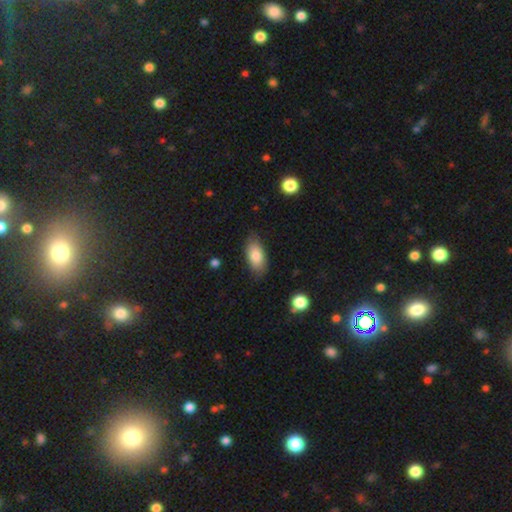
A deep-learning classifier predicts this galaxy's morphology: A smooth galaxy with no disk features (83%) that is in between round and cigar-shaped (92%).

Vote fractions:
- Smooth or featured? smooth: 83% / featured or disk: 11% / star or artifact: 6%
- How rounded? in between: 92% / cigar-shaped: 5% / round: 3%
- Merging? none: 80% / minor disturbance: 16% / major disturbance: 3% / merger: 1%